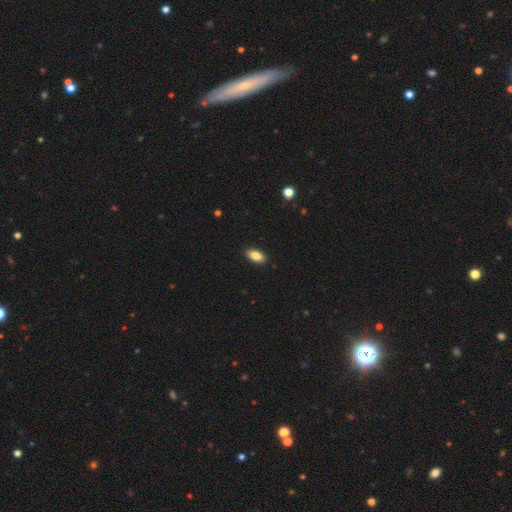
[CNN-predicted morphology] Q: Smooth or featured?
A: smooth (86%); runner-up: star or artifact (7%)
Q: How rounded?
A: in between (91%); runner-up: cigar-shaped (5%)
Q: Merging?
A: none (89%); runner-up: minor disturbance (8%)